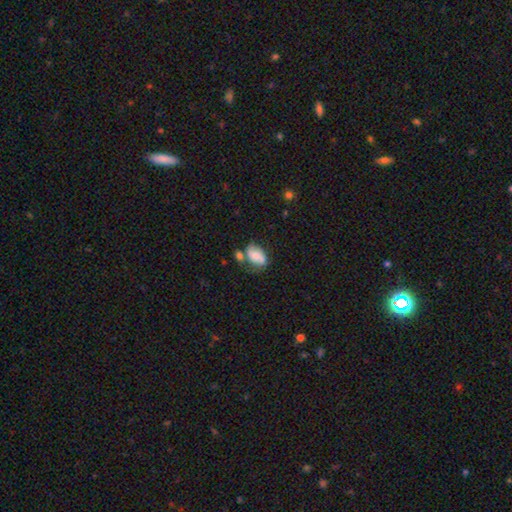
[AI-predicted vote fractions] This appears to be a smooth galaxy with no disk features (59%) that is in between round and cigar-shaped (86%). Merging: none (47%).